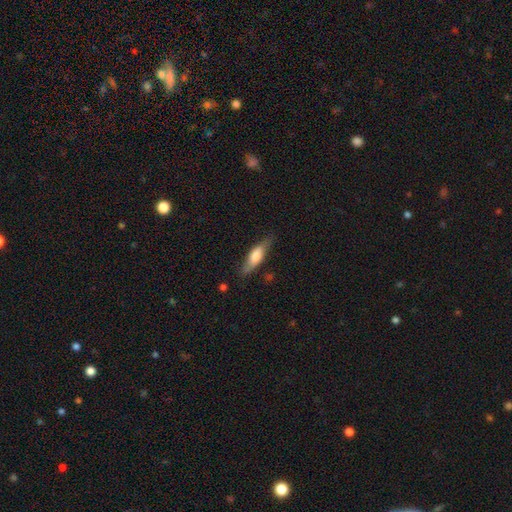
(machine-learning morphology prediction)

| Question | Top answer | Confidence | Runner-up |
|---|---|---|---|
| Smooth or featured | smooth | 57% | featured or disk (36%) |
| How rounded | cigar-shaped | 56% | in between (42%) |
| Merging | none | 75% | minor disturbance (19%) |